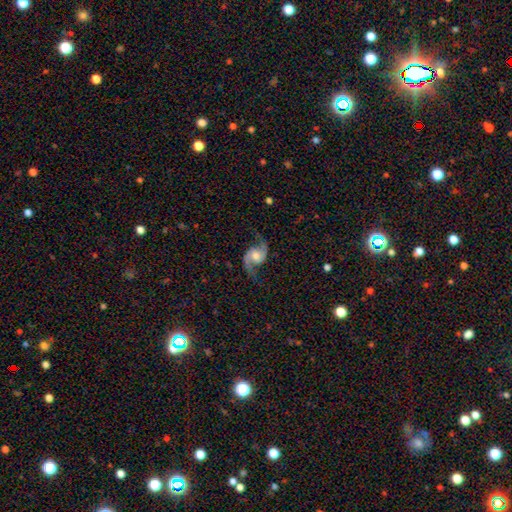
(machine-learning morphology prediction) Smooth or featured? featured or disk (90%)
Edge-on disk? no (98%)
Bar? no (63%)
Spiral arms? yes (98%)
Spiral winding? loose (59%)
Spiral arm count? 2 (94%)
Bulge size? moderate (60%)
Merging? none (78%)